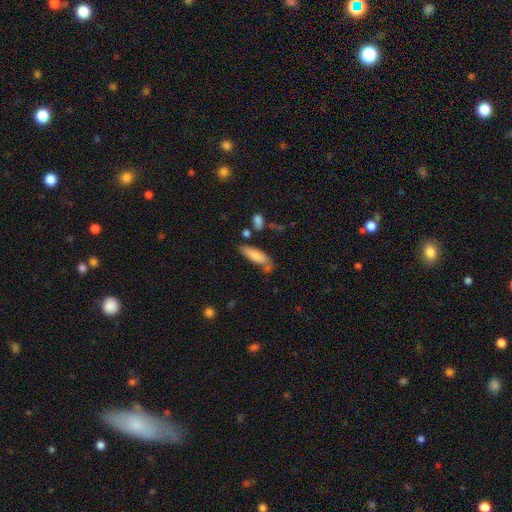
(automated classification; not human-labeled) This is likely a smooth galaxy (77%). How rounded: possibly in between (51%). Merging: possibly none (56%).